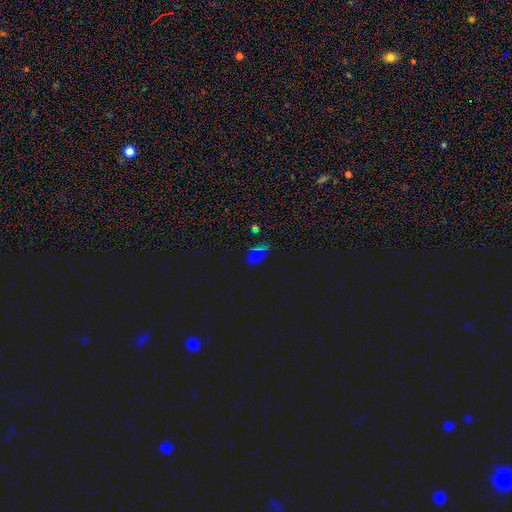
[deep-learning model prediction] Overall: smooth (47%; star or artifact 45%). Merging: none (69%).